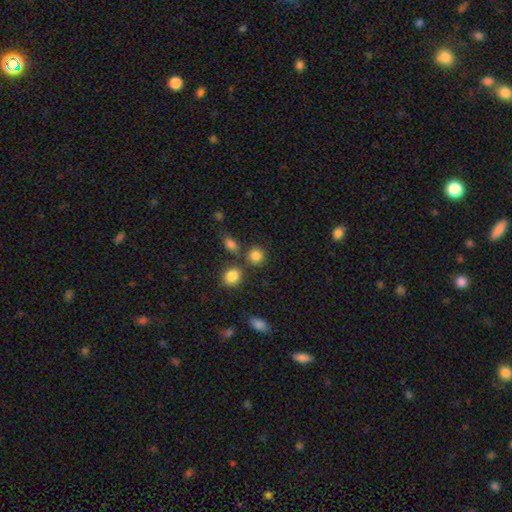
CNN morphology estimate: Smooth or featured: smooth — 84% (star or artifact — 11%)
How rounded: round — 82% (in between — 17%)
Merging: none — 70% (merger — 16%)